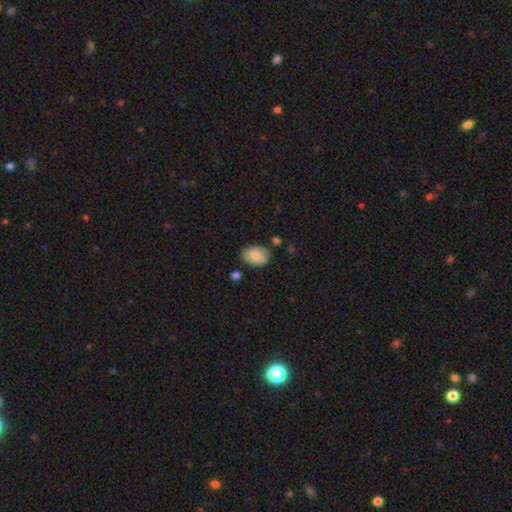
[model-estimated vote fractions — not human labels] This is likely a smooth galaxy (79%). How rounded: likely in between (79%). Merging: likely none (72%).